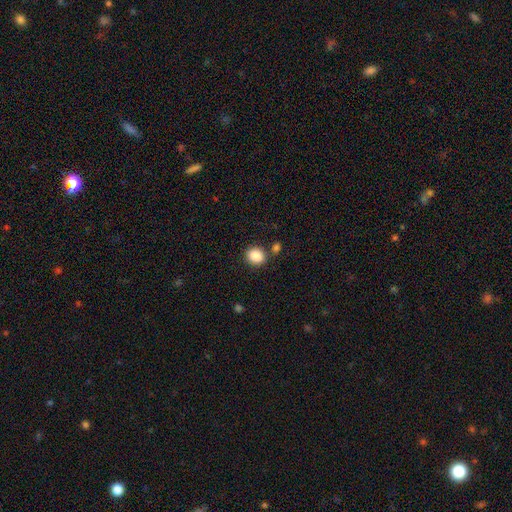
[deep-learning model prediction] Smooth or featured? Predicted: smooth (p=0.88). How rounded? Predicted: round (p=0.64). Merging? Predicted: none (p=0.80).